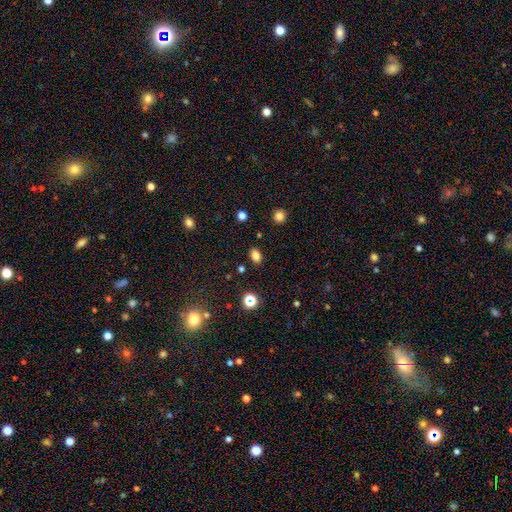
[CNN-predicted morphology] Overall: smooth (80%). How rounded: in between (78%). Merging: none (87%).